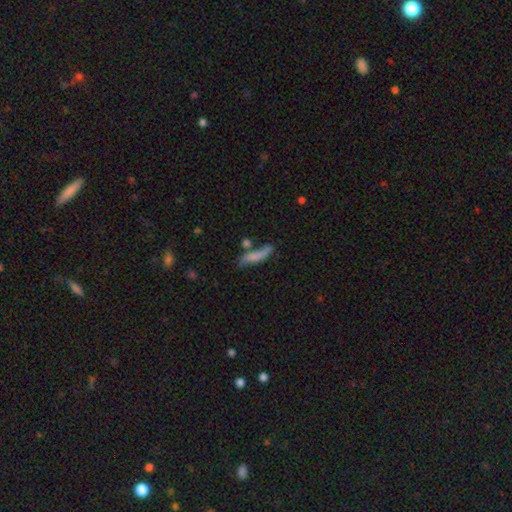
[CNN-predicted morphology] smooth-or-featured: smooth: 62% | featured or disk: 30% | star or artifact: 8%
  how-rounded: cigar-shaped: 73% | in between: 24% | round: 3%
  merging: none: 48% | minor disturbance: 23% | merger: 17% | major disturbance: 11%